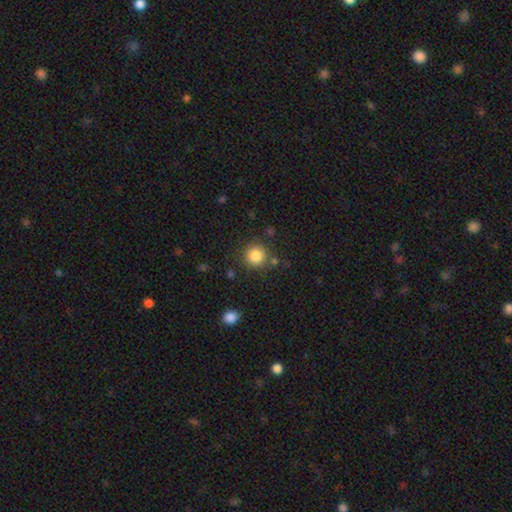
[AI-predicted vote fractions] smooth-or-featured: smooth: 85% | star or artifact: 10% | featured or disk: 5%
  how-rounded: round: 93% | in between: 6% | cigar-shaped: 1%
  merging: none: 83% | minor disturbance: 9% | merger: 4% | major disturbance: 3%